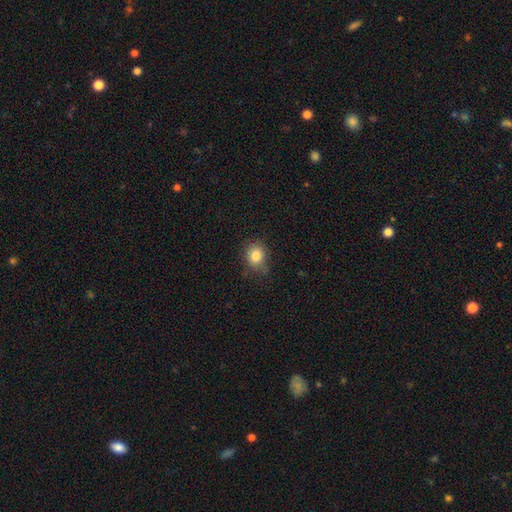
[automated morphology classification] A smooth galaxy with no disk features (84%) that is round (70%).

Vote fractions:
- Smooth or featured? smooth: 84% / star or artifact: 10% / featured or disk: 6%
- How rounded? round: 70% / in between: 29% / cigar-shaped: 1%
- Merging? none: 76% / minor disturbance: 19% / major disturbance: 4% / merger: 1%